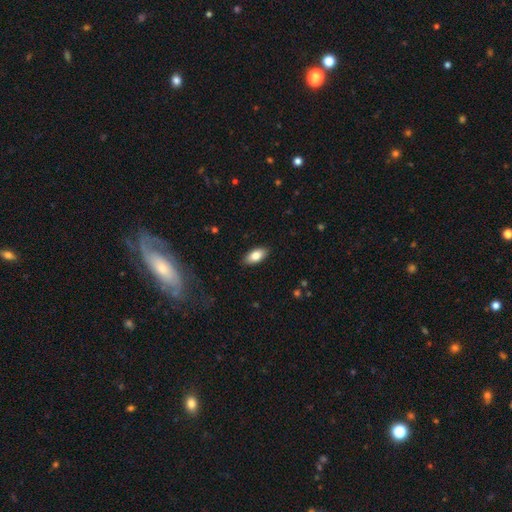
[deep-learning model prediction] The model was most divided on "smooth or featured": smooth: 82%, featured or disk: 11%, star or artifact: 7%. More confident: how rounded — in between (91%); merging — none (88%).